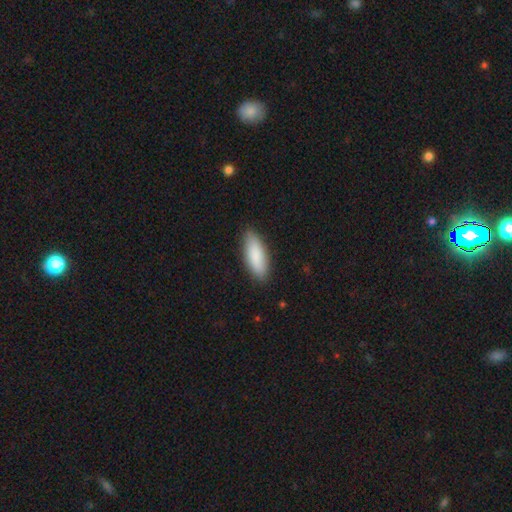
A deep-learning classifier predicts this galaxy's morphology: type=smooth (87%); roundness=in between (67%); merging=none (86%).